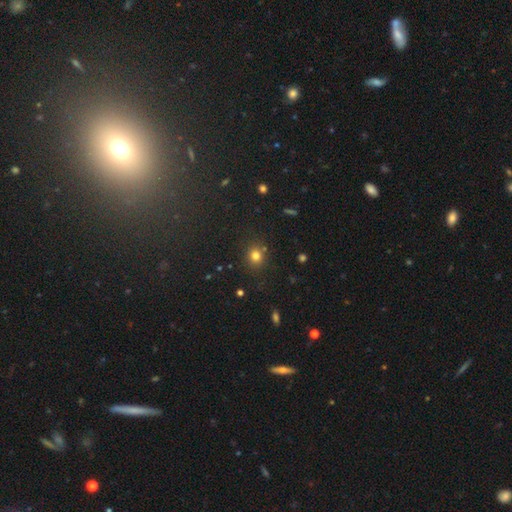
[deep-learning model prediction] Smooth or featured: smooth — 76% (star or artifact — 17%)
How rounded: round — 78% (in between — 21%)
Merging: none — 82% (minor disturbance — 10%)